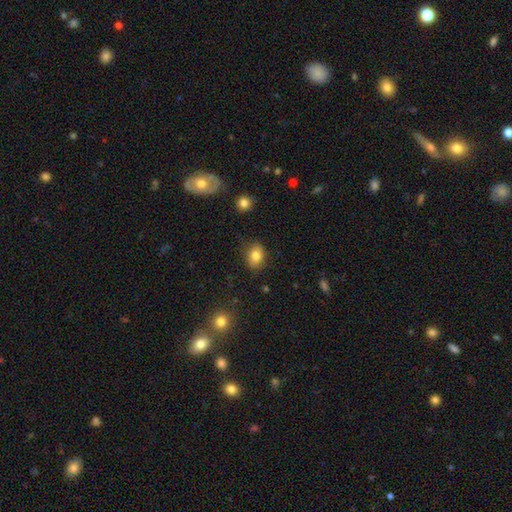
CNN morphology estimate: Smooth or featured? smooth (81%)
How rounded? in between (64%)
Merging? none (81%)